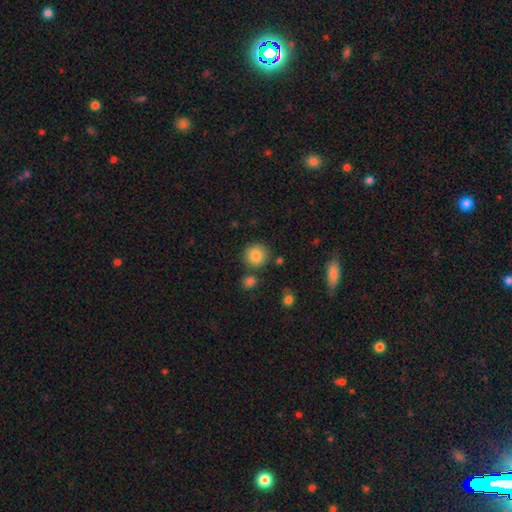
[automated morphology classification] This appears to be a smooth galaxy with no disk features (85%) that is round (90%). Merging: none (81%).